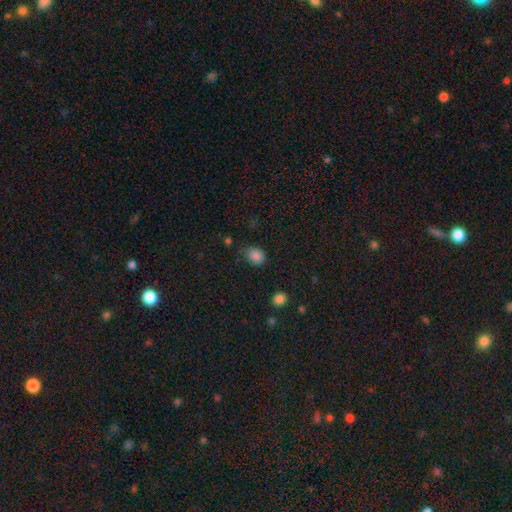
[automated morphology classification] Smooth or featured: smooth — 85% (star or artifact — 11%)
How rounded: in between — 55% (round — 44%)
Merging: none — 65% (minor disturbance — 27%)